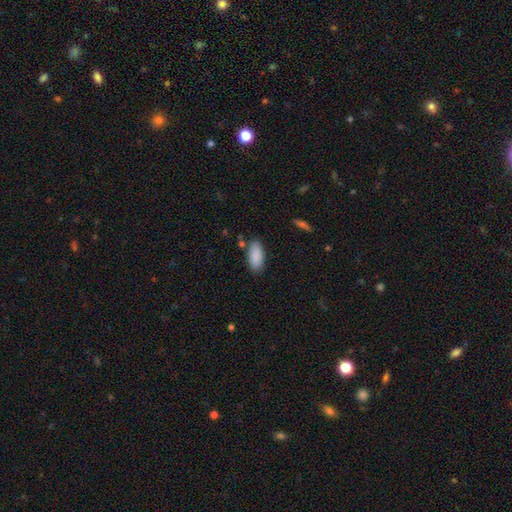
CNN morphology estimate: smooth 89%, star or artifact 6%, featured or disk 4%. Down the decision tree: how rounded — in between (89%); merging — none (83%).